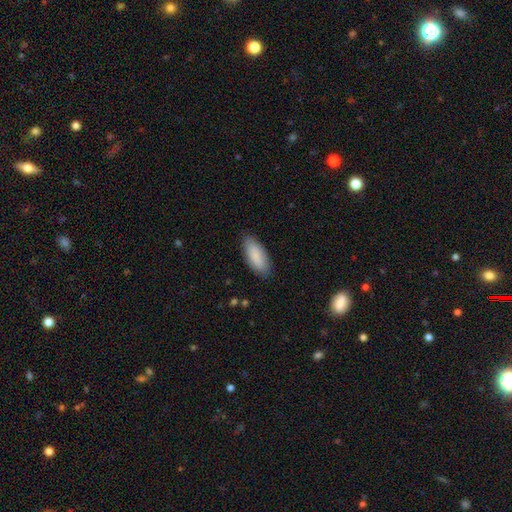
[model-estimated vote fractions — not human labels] Smooth or featured?
  - smooth: 86% *
  - featured or disk: 8%
  - star or artifact: 6%
How rounded?
  - in between: 79% *
  - cigar-shaped: 19%
  - round: 2%
Merging?
  - none: 85% *
  - minor disturbance: 11%
  - major disturbance: 2%
  - merger: 1%